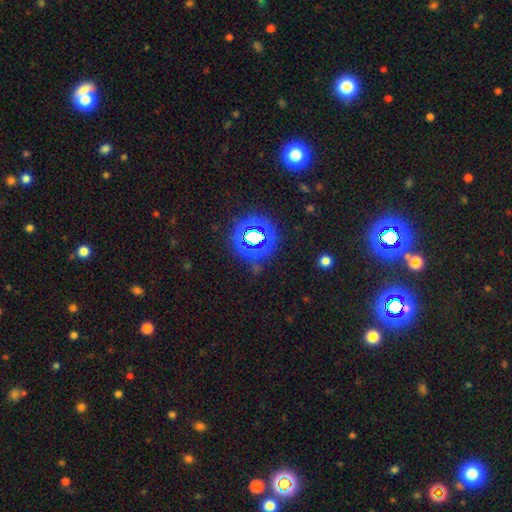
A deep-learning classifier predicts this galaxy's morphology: This appears to be a star or artifact, not a galaxy (61%).